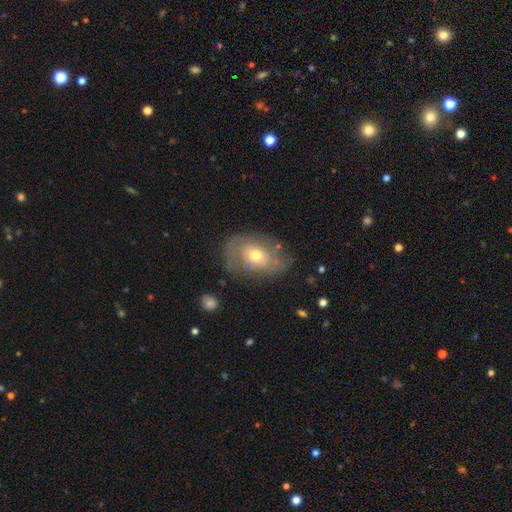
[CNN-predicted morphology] A featured or disk galaxy (56%) with no bar (73%), spiral arms (70%) and a moderate central bulge (62%). Merging: none (63%).